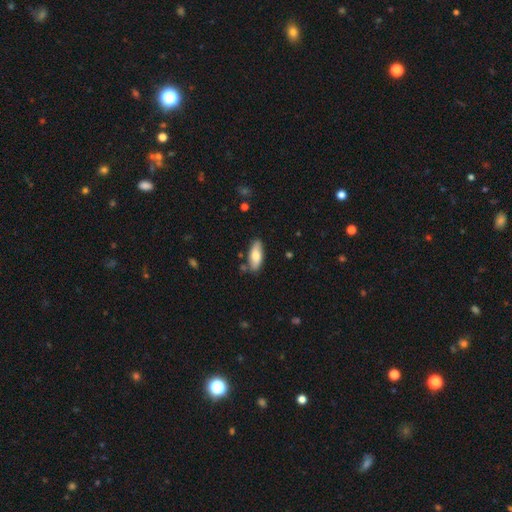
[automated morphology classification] Smooth or featured?
  - smooth: 72% *
  - featured or disk: 22%
  - star or artifact: 6%
How rounded?
  - in between: 77% *
  - cigar-shaped: 21%
  - round: 2%
Merging?
  - none: 78% *
  - minor disturbance: 15%
  - merger: 4%
  - major disturbance: 3%